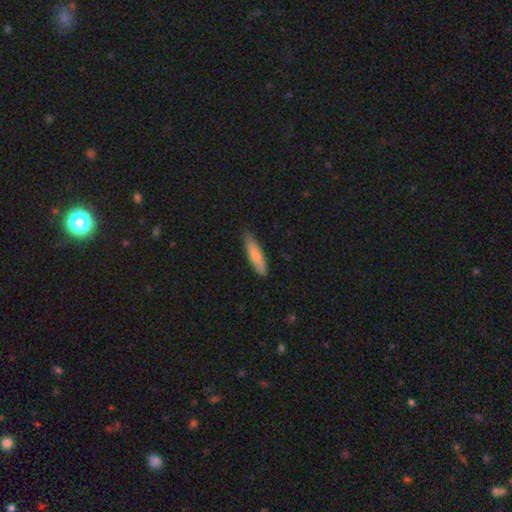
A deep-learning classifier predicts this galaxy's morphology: smooth_or_featured: smooth (p=0.73) [alt: featured or disk p=0.21]
how_rounded: cigar-shaped (p=0.74) [alt: in between p=0.25]
merging: none (p=0.81) [alt: minor disturbance p=0.16]